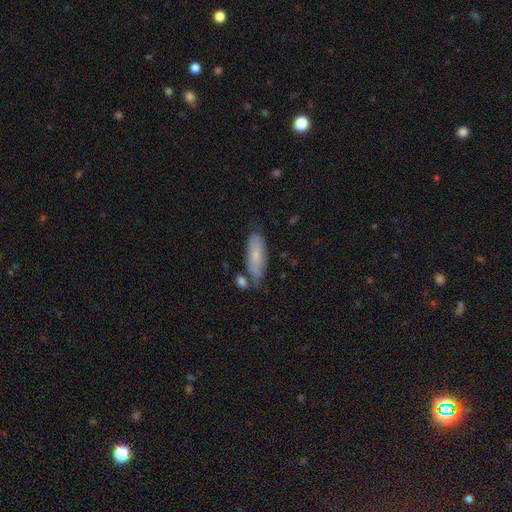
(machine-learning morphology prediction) Smooth or featured?
  - smooth: 66% *
  - featured or disk: 27%
  - star or artifact: 7%
How rounded?
  - in between: 60% *
  - cigar-shaped: 38%
  - round: 2%
Merging?
  - none: 65% *
  - minor disturbance: 21%
  - merger: 10%
  - major disturbance: 5%